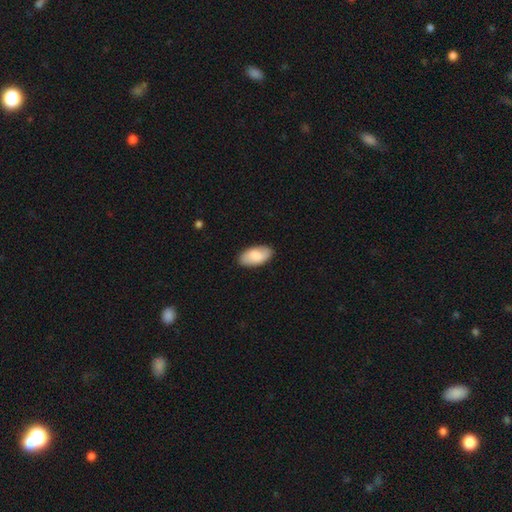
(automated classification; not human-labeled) The model was most divided on "smooth or featured": smooth: 79%, featured or disk: 16%, star or artifact: 6%. More confident: how rounded — in between (95%); merging — none (87%).